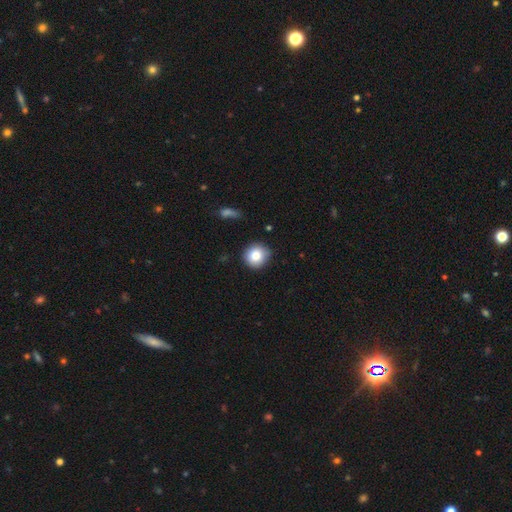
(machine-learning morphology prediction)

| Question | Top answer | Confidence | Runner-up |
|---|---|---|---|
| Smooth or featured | smooth | 81% | star or artifact (9%) |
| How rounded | round | 91% | in between (8%) |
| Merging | none | 85% | minor disturbance (11%) |